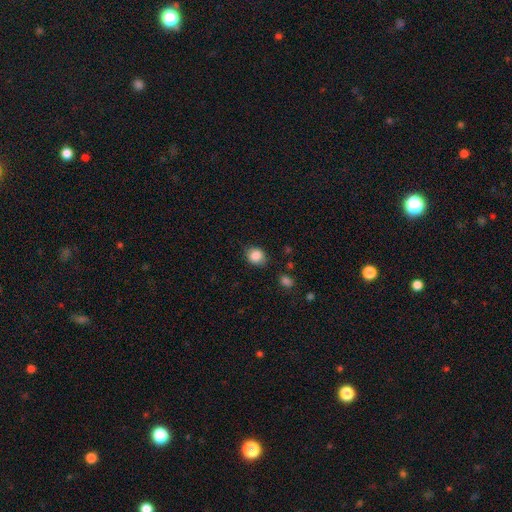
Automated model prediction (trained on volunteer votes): This is clearly a smooth galaxy (86%). How rounded: likely round (63%). Merging: likely none (79%).